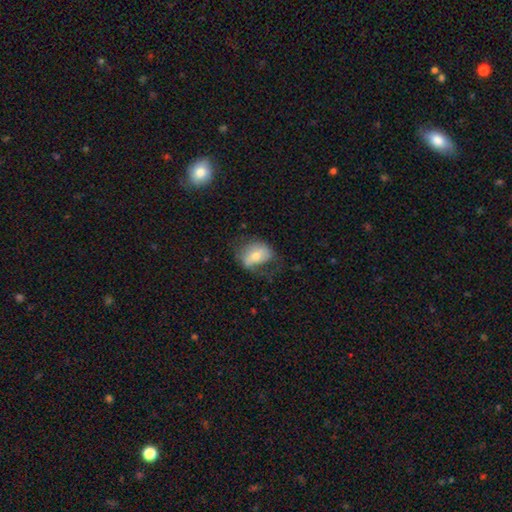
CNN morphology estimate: Smooth or featured? Predicted: smooth (p=0.55). How rounded? Predicted: in between (p=0.72). Merging? Predicted: none (p=0.47).